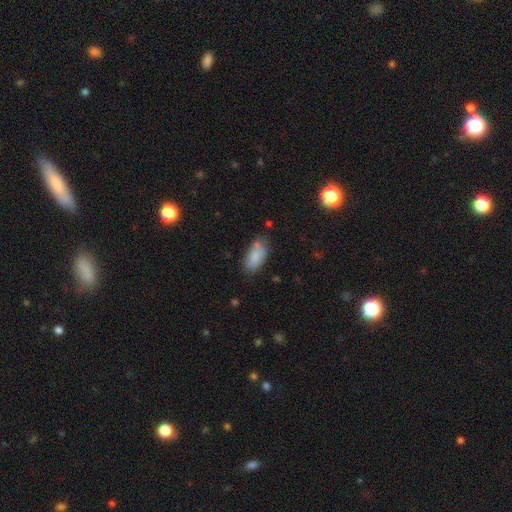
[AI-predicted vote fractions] This is clearly a smooth galaxy (83%). How rounded: clearly in between (92%). Merging: likely none (64%).